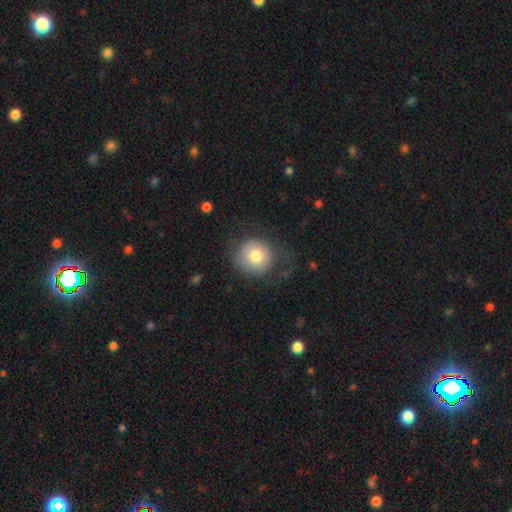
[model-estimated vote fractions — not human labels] Smooth or featured: smooth — 72% (featured or disk — 21%)
How rounded: round — 90% (in between — 9%)
Merging: none — 57% (major disturbance — 21%)